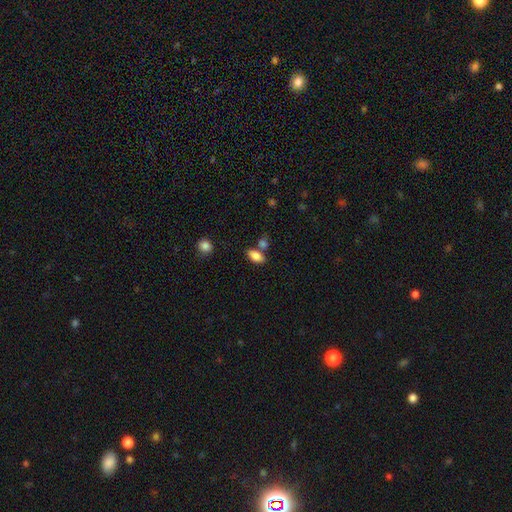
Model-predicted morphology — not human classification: Smooth or featured: smooth — 85% (star or artifact — 8%)
How rounded: in between — 89% (cigar-shaped — 6%)
Merging: none — 63% (merger — 21%)